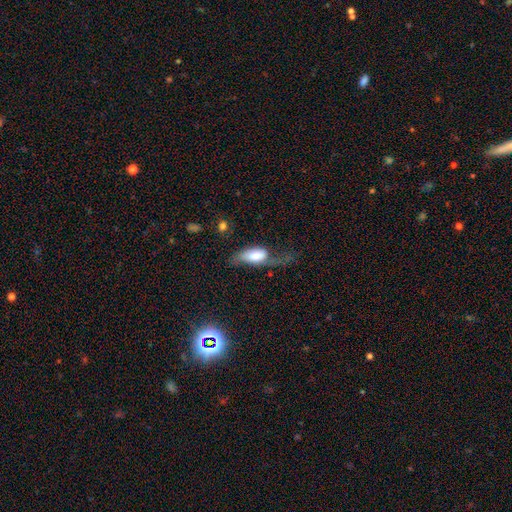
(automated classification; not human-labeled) Smooth or featured? smooth (64%)
How rounded? in between (85%)
Merging? major disturbance (50%)